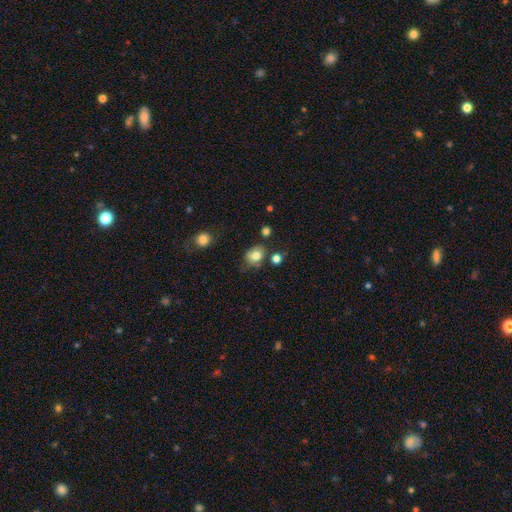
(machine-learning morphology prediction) smooth 79%, featured or disk 11%, star or artifact 10%. Down the decision tree: how rounded — in between (56%); merging — none (60%).